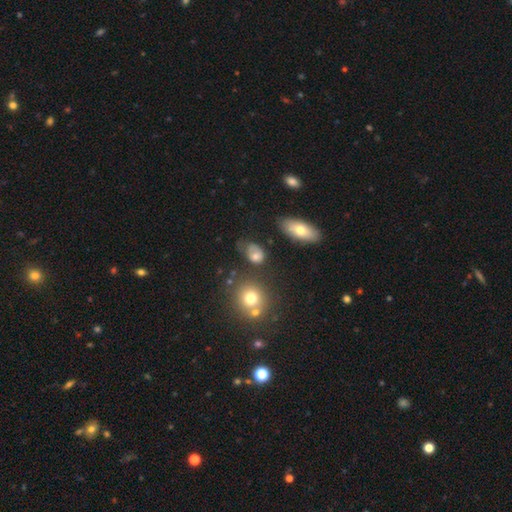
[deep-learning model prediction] Overall: smooth (71%). How rounded: in between (68%; round 30%). Merging: none (45%; minor disturbance 30%).